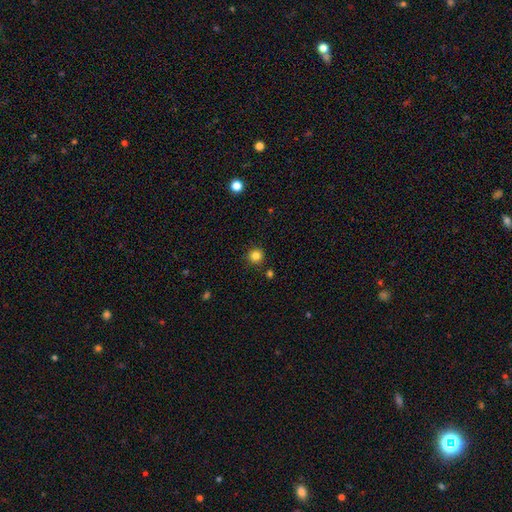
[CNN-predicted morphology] smooth 83%, star or artifact 13%, featured or disk 5%. Down the decision tree: how rounded — round (94%); merging — none (89%).